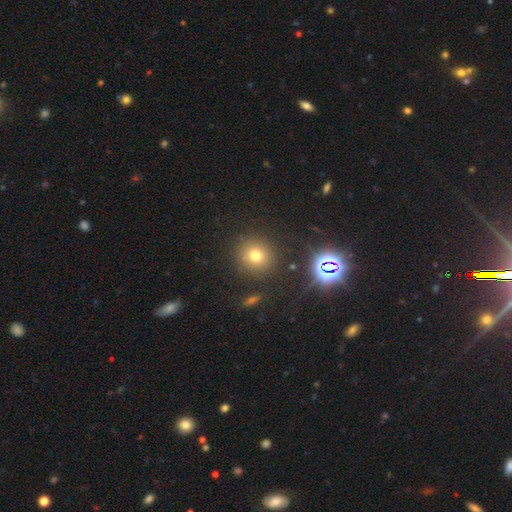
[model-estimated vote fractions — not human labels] Smooth or featured? smooth (71%)
How rounded? round (88%)
Merging? none (86%)